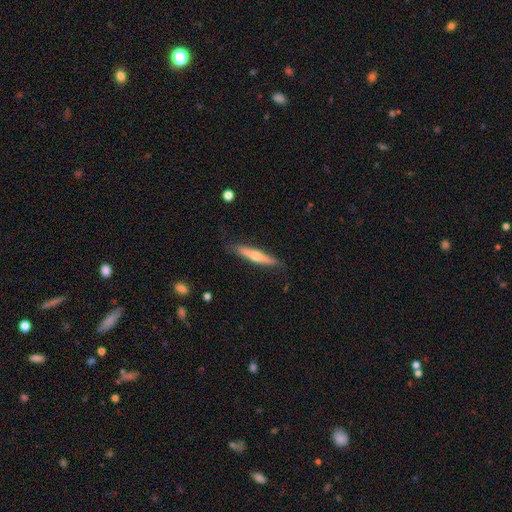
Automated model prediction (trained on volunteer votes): This is possibly a featured or disk galaxy (53%). It is clearly viewed edge-on (95%). Edge-on bulge: clearly rounded (82%). Merging: clearly none (87%).